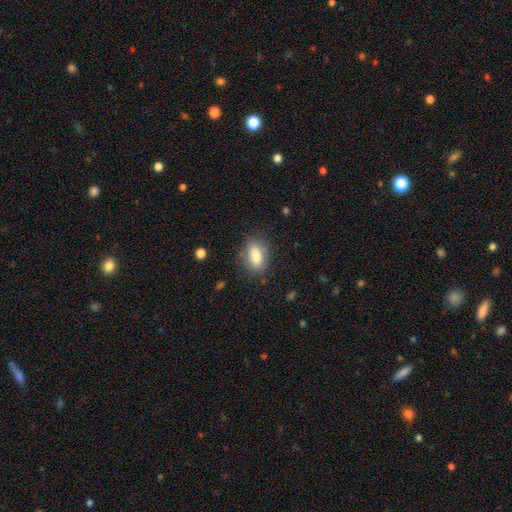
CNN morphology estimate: Smooth or featured? Predicted: smooth (p=0.81). How rounded? Predicted: in between (p=0.81). Merging? Predicted: none (p=0.81).